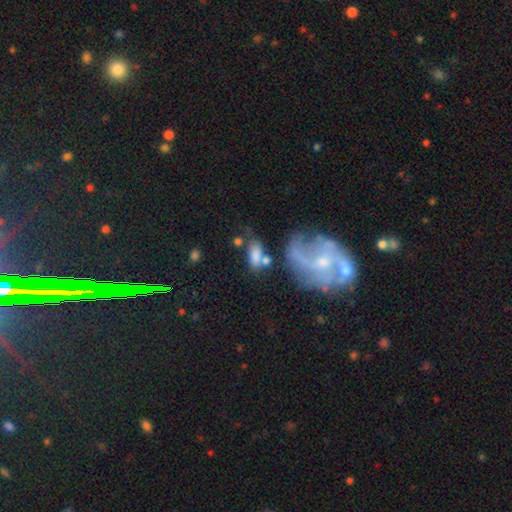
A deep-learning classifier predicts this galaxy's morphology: Smooth or featured?
  - smooth: 73% *
  - featured or disk: 17%
  - star or artifact: 10%
How rounded?
  - in between: 88% *
  - cigar-shaped: 6%
  - round: 6%
Merging?
  - none: 39% *
  - merger: 28%
  - minor disturbance: 18%
  - major disturbance: 15%